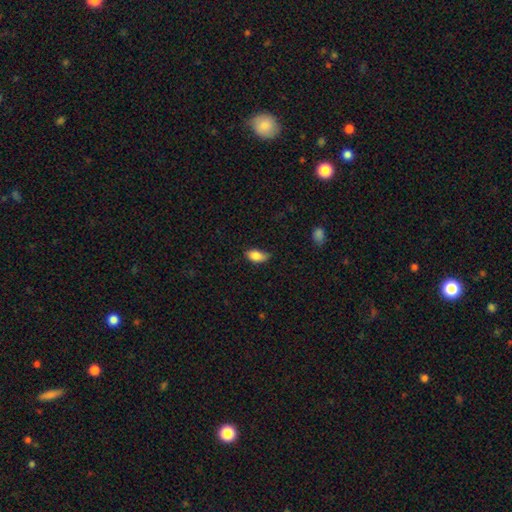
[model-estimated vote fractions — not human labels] This is clearly a smooth galaxy (83%). How rounded: clearly in between (91%). Merging: possibly none (57%).